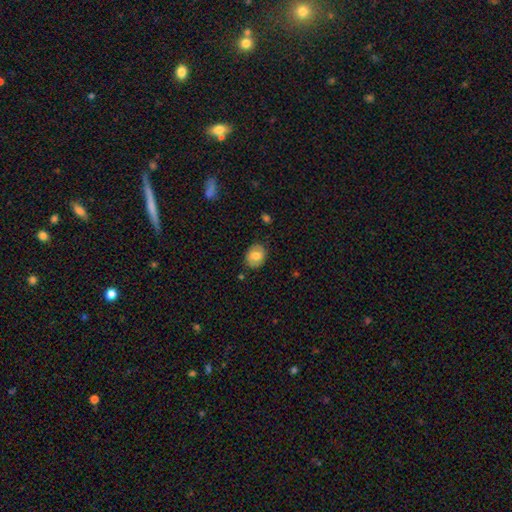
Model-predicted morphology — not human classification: Smooth or featured?
  - smooth: 73% *
  - featured or disk: 19%
  - star or artifact: 8%
How rounded?
  - in between: 52% *
  - round: 47%
  - cigar-shaped: 1%
Merging?
  - none: 82% *
  - minor disturbance: 14%
  - major disturbance: 3%
  - merger: 2%